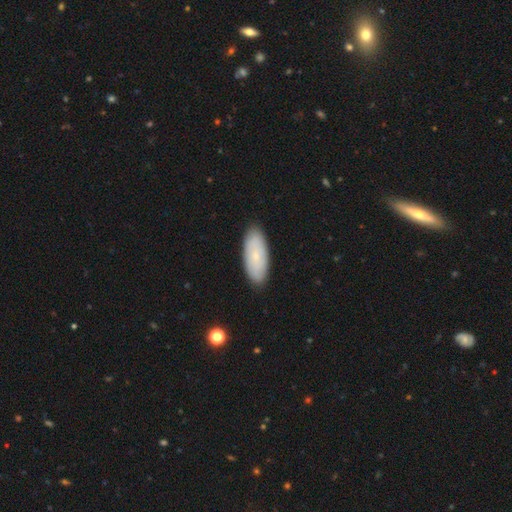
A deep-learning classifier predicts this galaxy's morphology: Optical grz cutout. It shows a smooth galaxy with no disk features (64%) that is in between round and cigar-shaped (84%). Merging: none (88%).